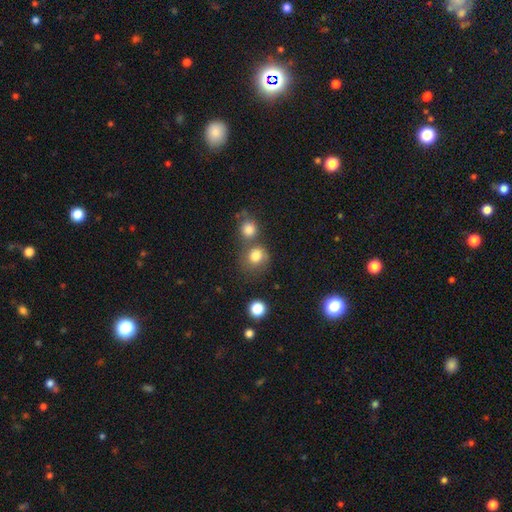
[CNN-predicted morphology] Q: Smooth or featured?
A: smooth (79%); runner-up: star or artifact (12%)
Q: How rounded?
A: round (80%); runner-up: in between (19%)
Q: Merging?
A: none (52%); runner-up: merger (32%)